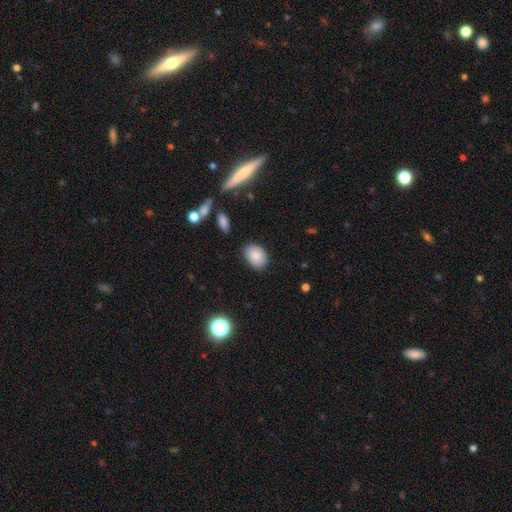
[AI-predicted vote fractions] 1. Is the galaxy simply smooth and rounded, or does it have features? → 85% smooth, 9% star or artifact, 7% featured or disk.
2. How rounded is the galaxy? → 74% in between, 25% round, 1% cigar-shaped.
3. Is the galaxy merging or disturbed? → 83% none, 13% minor disturbance, 3% major disturbance, 2% merger.